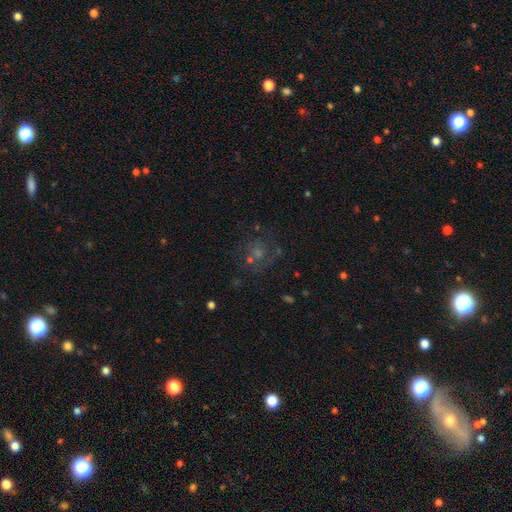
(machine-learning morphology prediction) This appears to be a star or artifact, not a galaxy (37%).